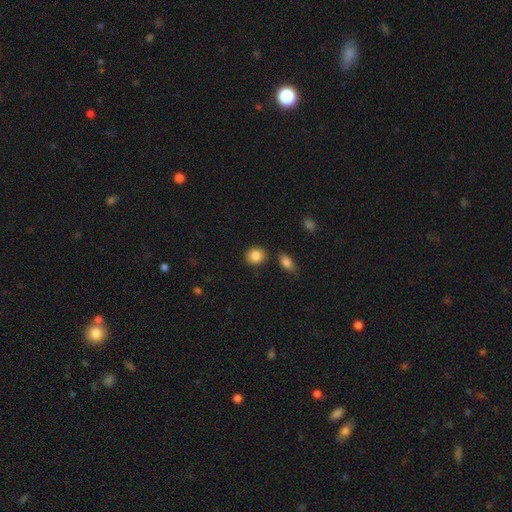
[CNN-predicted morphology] smooth-or-featured: smooth: 87% | star or artifact: 8% | featured or disk: 6%
  how-rounded: round: 67% | in between: 32% | cigar-shaped: 1%
  merging: none: 83% | minor disturbance: 9% | merger: 5% | major disturbance: 2%